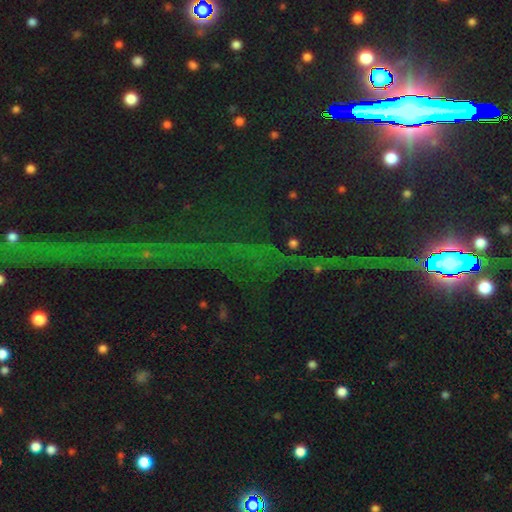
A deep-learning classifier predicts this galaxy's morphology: The model was most divided on "smooth or featured": star or artifact: 79%, featured or disk: 12%, smooth: 10%.